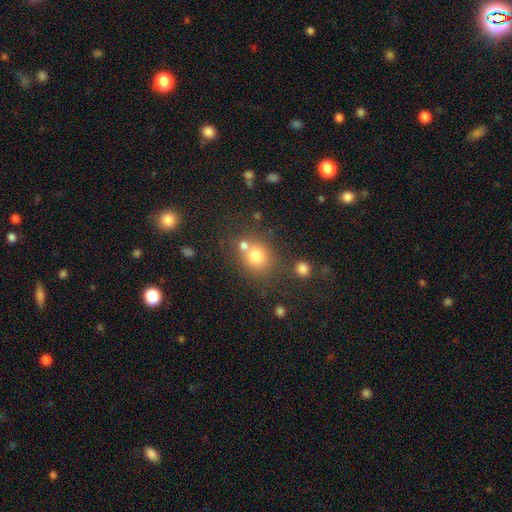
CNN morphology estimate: The model was most divided on "merging": none: 56%, merger: 30%, minor disturbance: 10%, major disturbance: 5%. More confident: how rounded — round (80%); smooth or featured — smooth (76%).